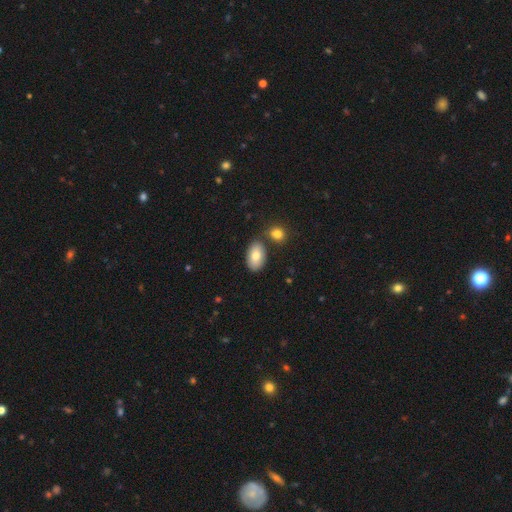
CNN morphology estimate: smooth_or_featured: smooth (p=0.80) [alt: featured or disk p=0.13]
how_rounded: in between (p=0.93) [alt: round p=0.06]
merging: none (p=0.70) [alt: merger p=0.16]